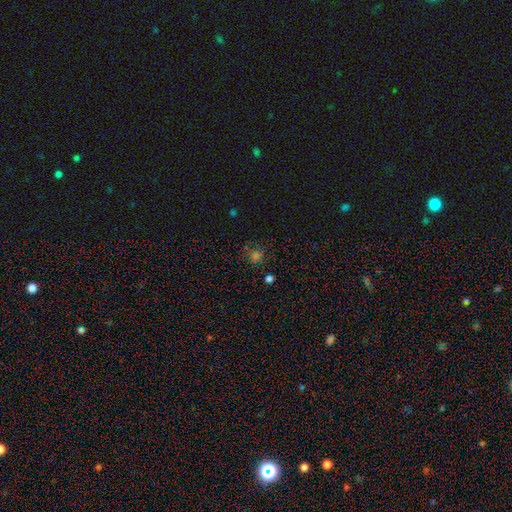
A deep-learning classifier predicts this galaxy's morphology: Smooth or featured? smooth (52%)
How rounded? round (83%)
Merging? none (71%)